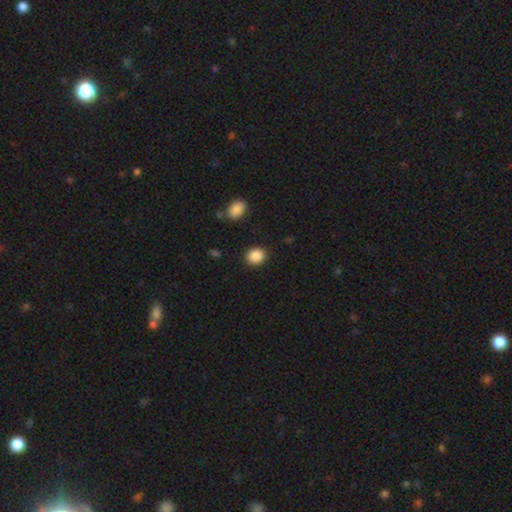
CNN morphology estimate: Q: Smooth or featured?
A: smooth (88%); runner-up: star or artifact (8%)
Q: How rounded?
A: round (68%); runner-up: in between (31%)
Q: Merging?
A: none (89%); runner-up: minor disturbance (7%)